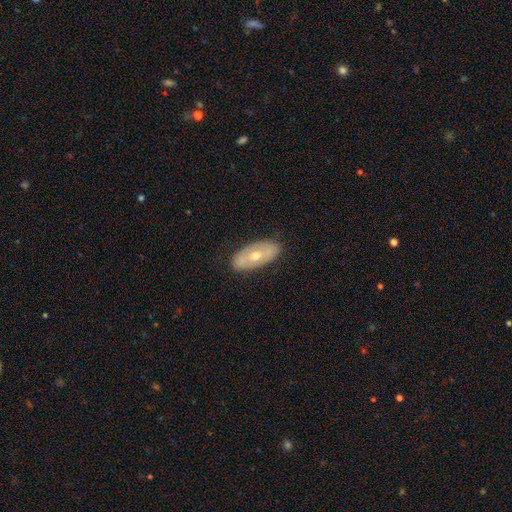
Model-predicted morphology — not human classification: Smooth or featured: featured or disk — 48% (smooth — 46%)
Merging: none — 84% (minor disturbance — 12%)